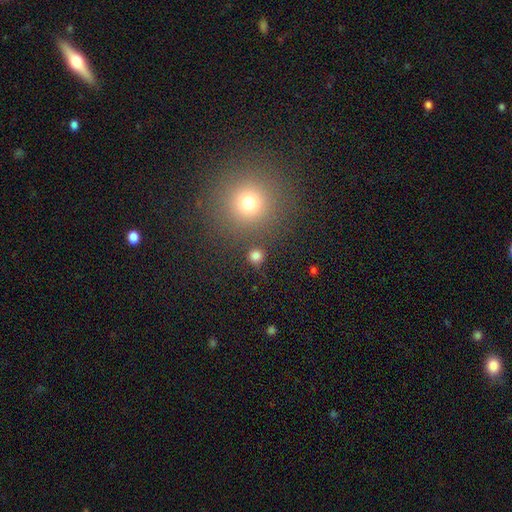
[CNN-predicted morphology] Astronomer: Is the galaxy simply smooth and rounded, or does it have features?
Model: smooth — 79%.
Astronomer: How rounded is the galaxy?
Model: round — 91%.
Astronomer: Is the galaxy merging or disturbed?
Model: none — 83%.